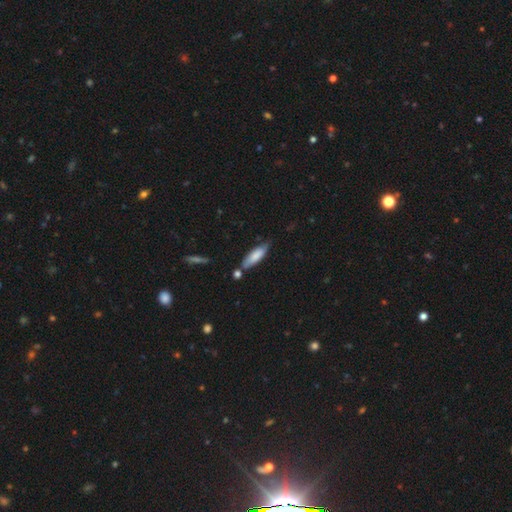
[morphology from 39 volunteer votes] A smooth galaxy with no disk features (74%) that is cigar-shaped (66%). Merging: none (62%).